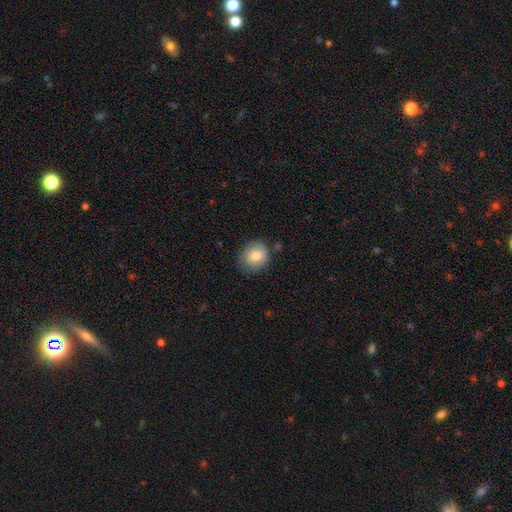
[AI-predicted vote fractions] This appears to be a smooth galaxy with no disk features (79%) that is round (80%). Merging: none (77%).